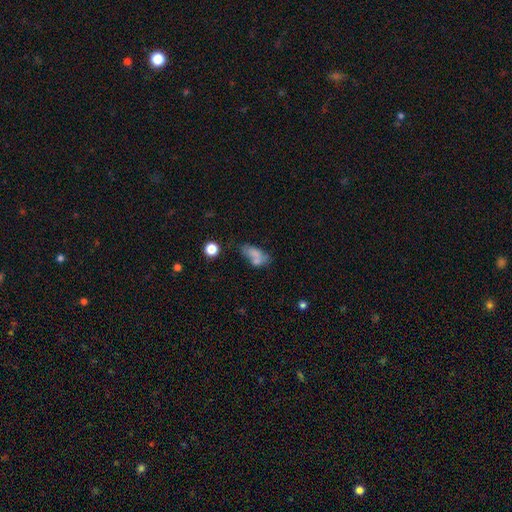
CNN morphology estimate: smooth-or-featured: smooth: 66% | featured or disk: 22% | star or artifact: 11%
  how-rounded: in between: 83% | cigar-shaped: 11% | round: 7%
  merging: none: 34% | merger: 32% | minor disturbance: 20% | major disturbance: 14%